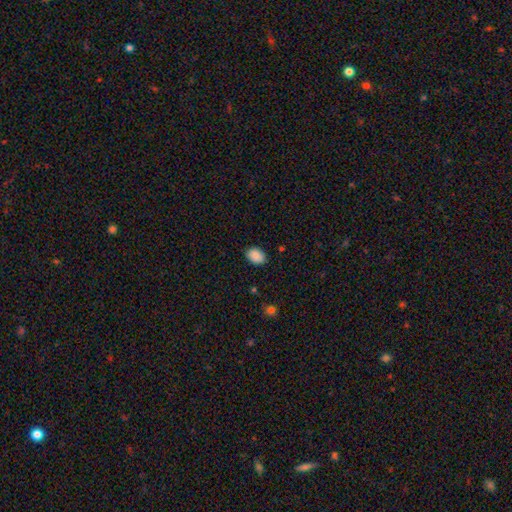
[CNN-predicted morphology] This is clearly a smooth galaxy (89%). How rounded: likely in between (78%). Merging: clearly none (86%).